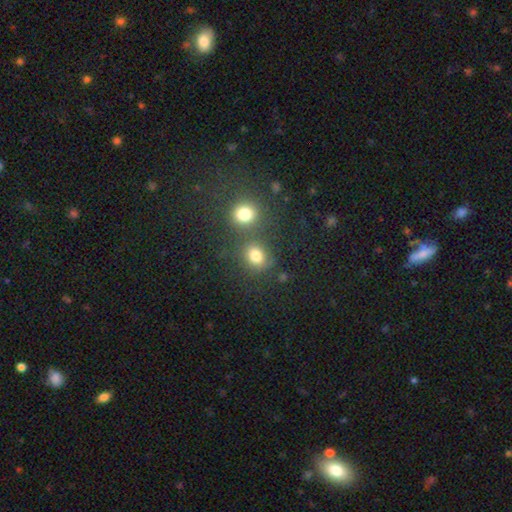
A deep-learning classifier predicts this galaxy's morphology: Overall: smooth (77%). How rounded: round (65%; in between 34%). Merging: none (58%; merger 27%).